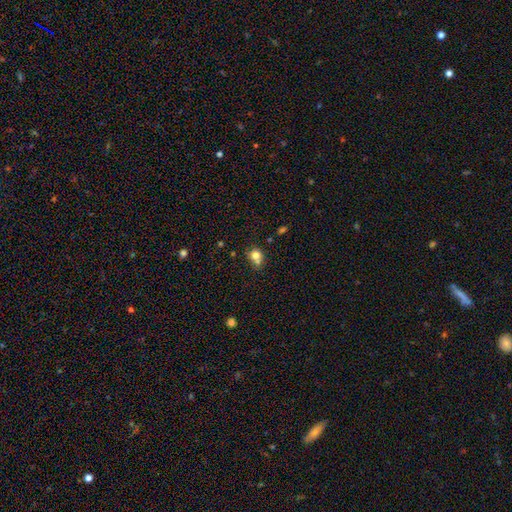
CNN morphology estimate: smooth-or-featured: smooth: 76% | star or artifact: 12% | featured or disk: 12%
  how-rounded: round: 74% | in between: 25% | cigar-shaped: 1%
  merging: none: 49% | merger: 32% | minor disturbance: 14% | major disturbance: 5%